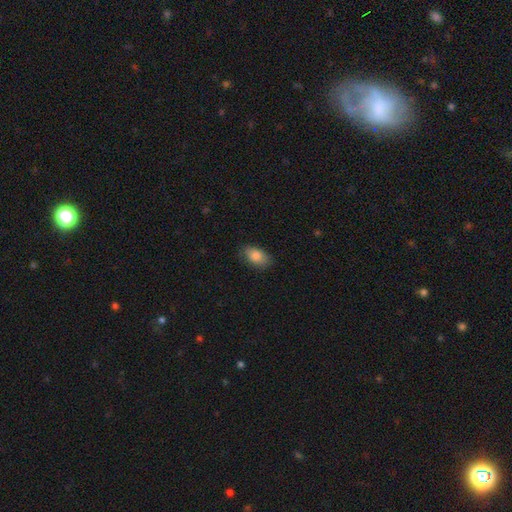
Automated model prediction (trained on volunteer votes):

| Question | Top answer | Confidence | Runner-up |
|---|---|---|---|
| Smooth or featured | smooth | 85% | featured or disk (8%) |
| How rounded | in between | 91% | round (7%) |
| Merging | none | 81% | minor disturbance (15%) |